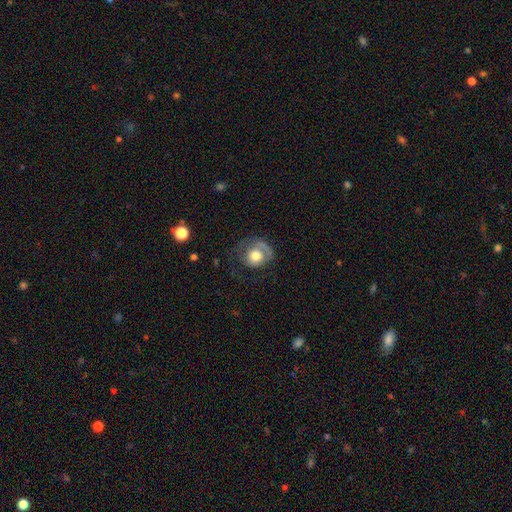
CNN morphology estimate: Smooth or featured?
  - smooth: 56% *
  - featured or disk: 37%
  - star or artifact: 8%
How rounded?
  - round: 73% *
  - in between: 26%
  - cigar-shaped: 1%
Merging?
  - none: 45% *
  - major disturbance: 29%
  - minor disturbance: 24%
  - merger: 2%